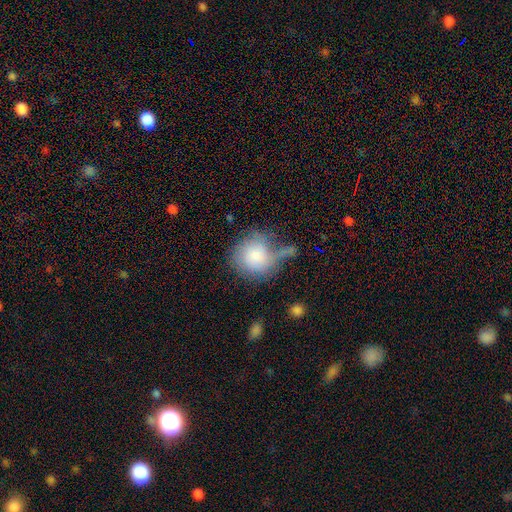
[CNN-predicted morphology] A smooth galaxy with no disk features (72%) that is round (85%). Merging: none (37%).